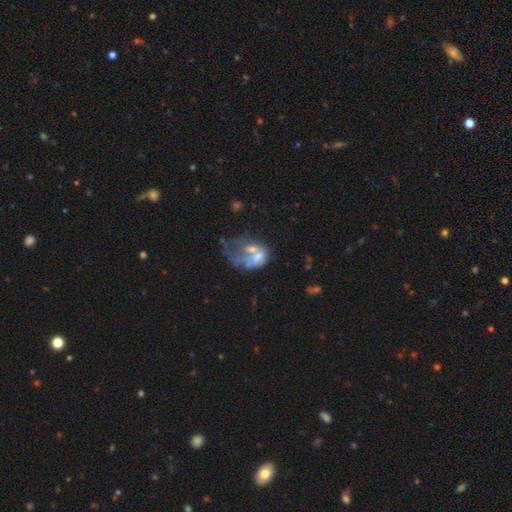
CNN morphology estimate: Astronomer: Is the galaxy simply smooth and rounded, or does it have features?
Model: featured or disk — 53% (runner-up: smooth, 36%).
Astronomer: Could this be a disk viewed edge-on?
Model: no — 97%.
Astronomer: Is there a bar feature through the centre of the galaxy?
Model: no — 86%.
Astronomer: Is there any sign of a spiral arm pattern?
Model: no — 86%.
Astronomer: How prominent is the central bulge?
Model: none — 34%, tied with moderate at 34%.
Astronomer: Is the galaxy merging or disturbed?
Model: major disturbance — 38% (runner-up: merger, 37%).